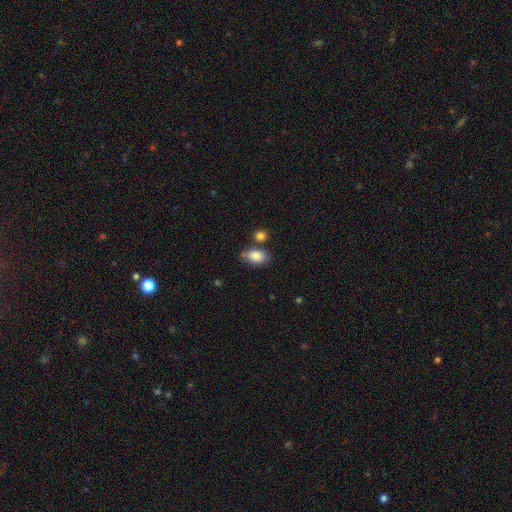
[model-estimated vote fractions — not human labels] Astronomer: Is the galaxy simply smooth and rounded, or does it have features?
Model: smooth — 86%.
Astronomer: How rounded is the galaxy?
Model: in between — 84%.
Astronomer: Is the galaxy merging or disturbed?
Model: none — 65%.